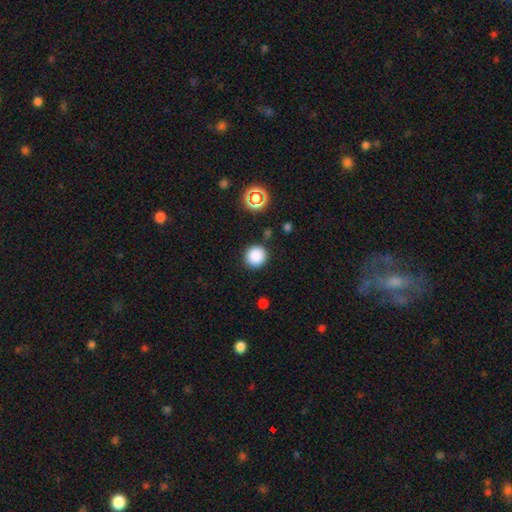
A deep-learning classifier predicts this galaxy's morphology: This is clearly a smooth galaxy (86%). How rounded: clearly round (94%). Merging: clearly none (88%).